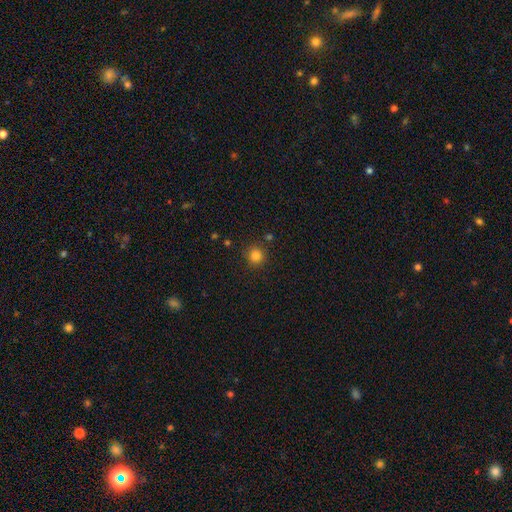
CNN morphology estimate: smooth-or-featured: smooth: 82% | star or artifact: 13% | featured or disk: 5%
  how-rounded: round: 93% | in between: 6% | cigar-shaped: 1%
  merging: none: 86% | minor disturbance: 8% | merger: 4% | major disturbance: 2%